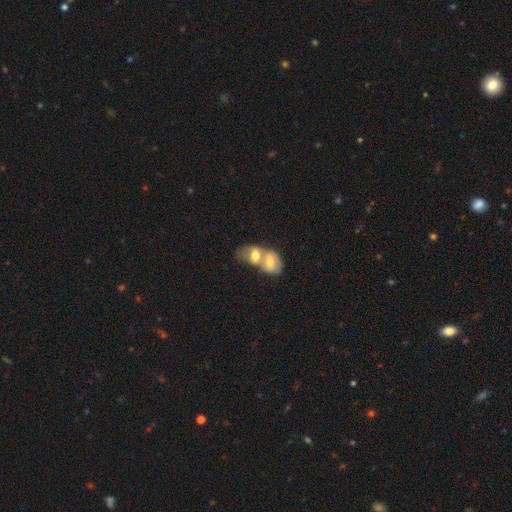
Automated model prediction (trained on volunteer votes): The model was most divided on "smooth or featured": smooth: 61%, featured or disk: 32%, star or artifact: 7%. More confident: merging — merger (80%); how rounded — in between (76%).